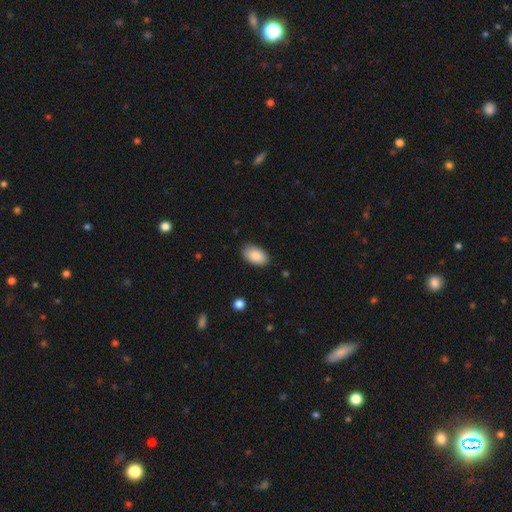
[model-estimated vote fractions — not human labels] Smooth or featured? smooth (89%)
How rounded? in between (94%)
Merging? none (85%)